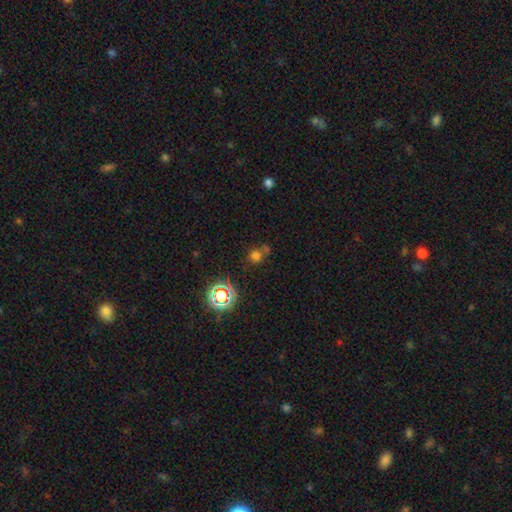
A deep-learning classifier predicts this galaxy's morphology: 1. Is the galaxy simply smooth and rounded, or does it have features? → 62% smooth, 29% star or artifact, 9% featured or disk.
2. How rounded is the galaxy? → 84% round, 14% in between, 1% cigar-shaped.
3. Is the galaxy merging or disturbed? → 56% none, 26% merger, 12% minor disturbance, 7% major disturbance.